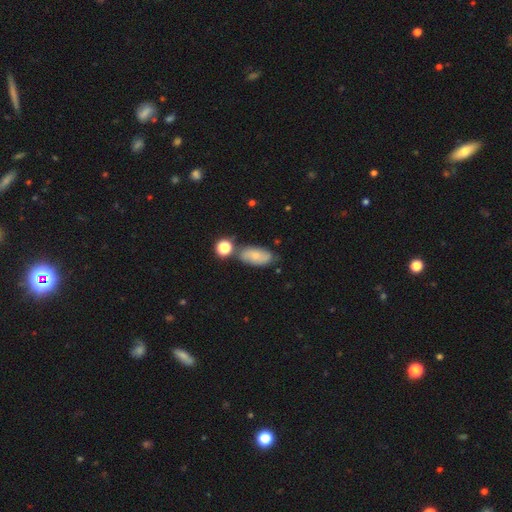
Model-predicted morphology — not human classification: This is likely a smooth galaxy (63%). How rounded: clearly in between (87%). Merging: likely none (64%).